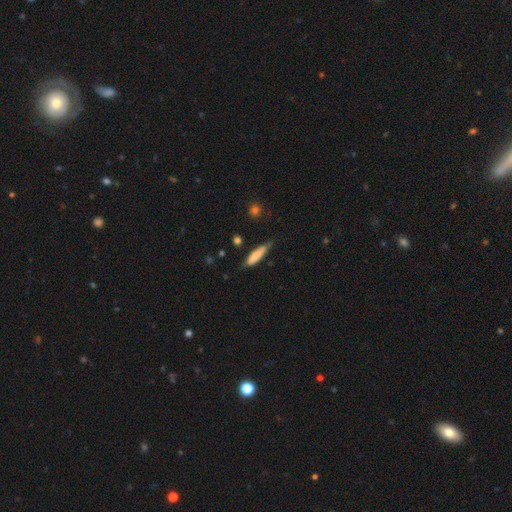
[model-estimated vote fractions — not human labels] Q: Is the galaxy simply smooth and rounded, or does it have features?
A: smooth — 77%.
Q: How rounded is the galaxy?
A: cigar-shaped — 67%.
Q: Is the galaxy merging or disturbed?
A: none — 68%.